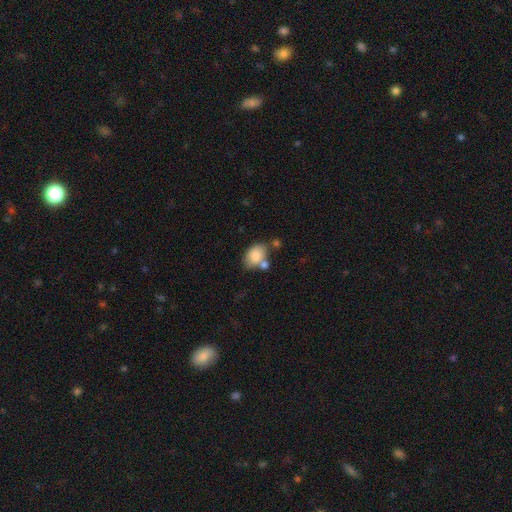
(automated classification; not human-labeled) smooth 83%, featured or disk 9%, star or artifact 8%. Down the decision tree: how rounded — in between (81%); merging — none (53%).